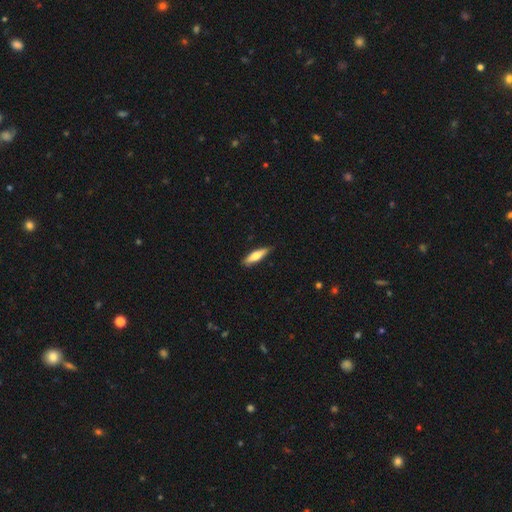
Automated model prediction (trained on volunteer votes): Smooth or featured? smooth (66%)
How rounded? cigar-shaped (68%)
Merging? none (84%)